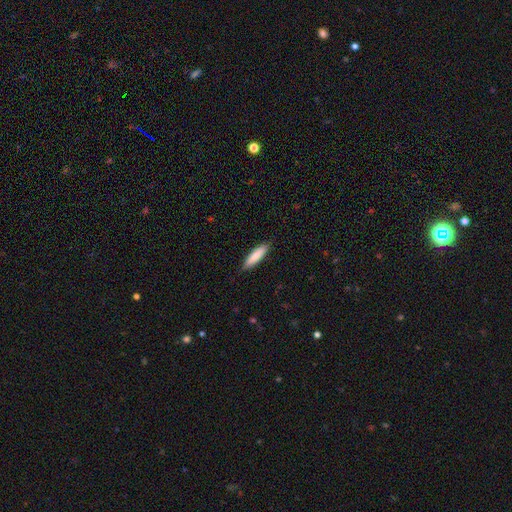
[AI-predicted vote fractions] Morphology: type=smooth (84%); roundness=cigar-shaped (73%); merging=none (87%).